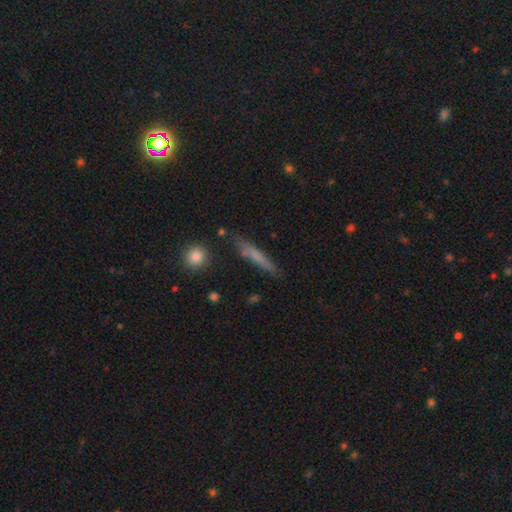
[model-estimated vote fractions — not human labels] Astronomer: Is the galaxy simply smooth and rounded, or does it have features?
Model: smooth — 62%.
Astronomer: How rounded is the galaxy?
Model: cigar-shaped — 93%.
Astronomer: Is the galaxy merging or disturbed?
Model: none — 82%.